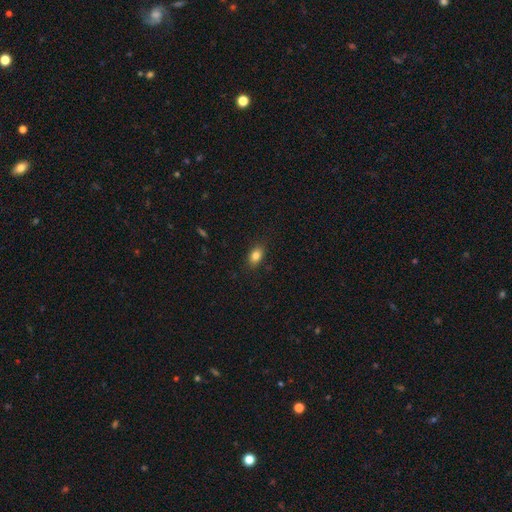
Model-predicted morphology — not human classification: Smooth or featured? smooth (84%)
How rounded? in between (84%)
Merging? none (86%)